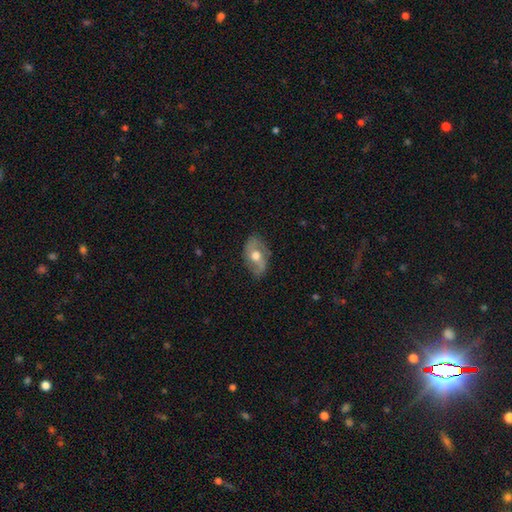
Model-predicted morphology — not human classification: This is possibly a featured or disk galaxy (56%). It is clearly not viewed edge-on (91%). Bar: likely no (64%). Spiral arm pattern: likely yes (64%). Central bulge: likely moderate (71%). Merging: likely none (73%).